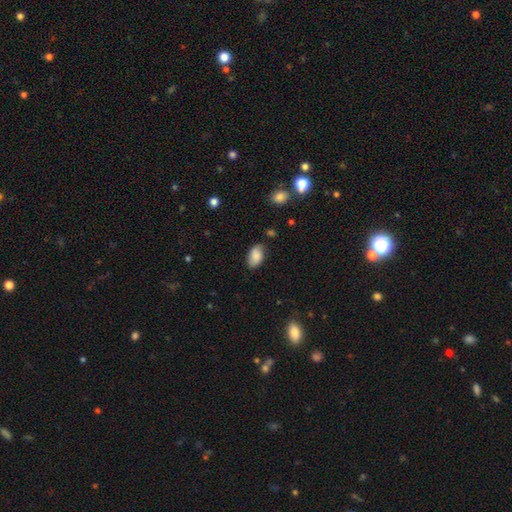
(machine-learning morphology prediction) Smooth or featured: smooth — 81% (featured or disk — 11%)
How rounded: in between — 93% (round — 6%)
Merging: none — 77% (minor disturbance — 18%)